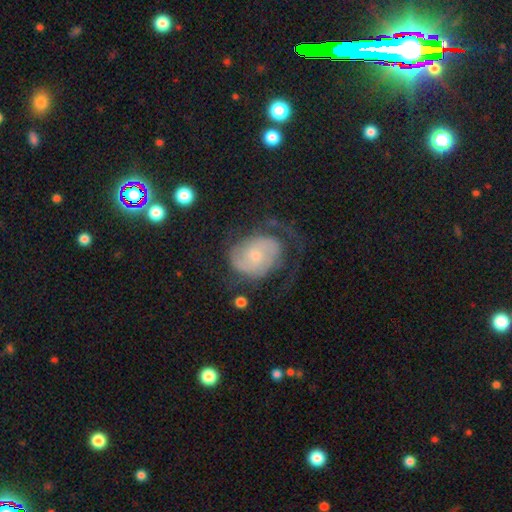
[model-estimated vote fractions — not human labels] The model was most divided on "spiral winding": tight: 42%, medium: 39%, loose: 19%. Remaining: edge-on disk — no (97%); spiral arms — yes (89%); smooth or featured — featured or disk (74%); bulge size — small (71%); bar — no (70%); spiral arm count — 2 (54%); merging — none (47%).